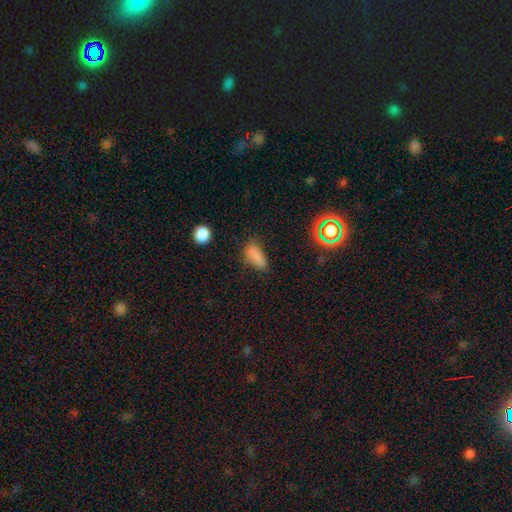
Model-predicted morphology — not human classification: A smooth galaxy with no disk features (80%) that is in between round and cigar-shaped (79%). Merging: none (62%).